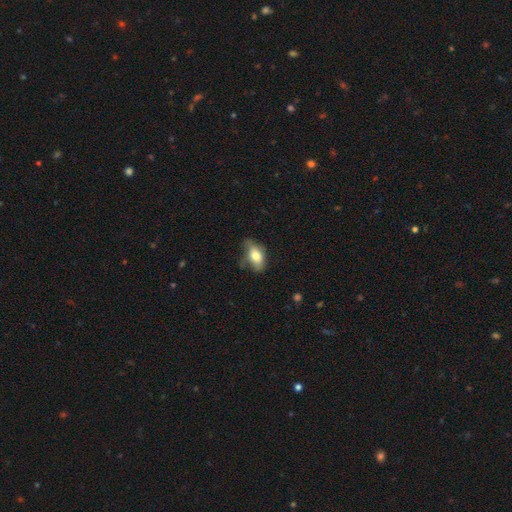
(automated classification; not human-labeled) This is likely a smooth galaxy (74%). How rounded: clearly in between (89%). Merging: possibly none (49%).